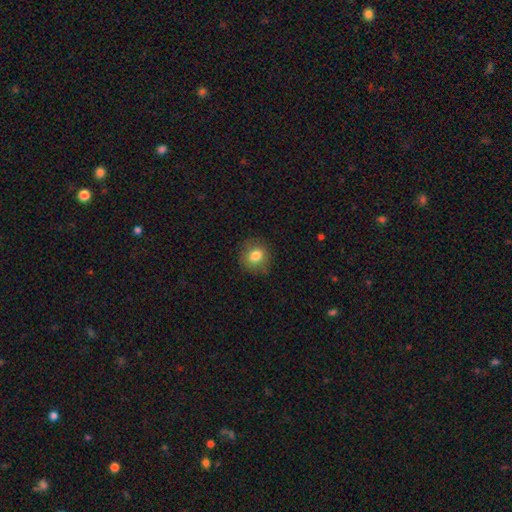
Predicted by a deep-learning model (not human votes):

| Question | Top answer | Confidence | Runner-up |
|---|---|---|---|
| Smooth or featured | smooth | 80% | star or artifact (10%) |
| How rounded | round | 80% | in between (19%) |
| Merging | none | 83% | minor disturbance (13%) |